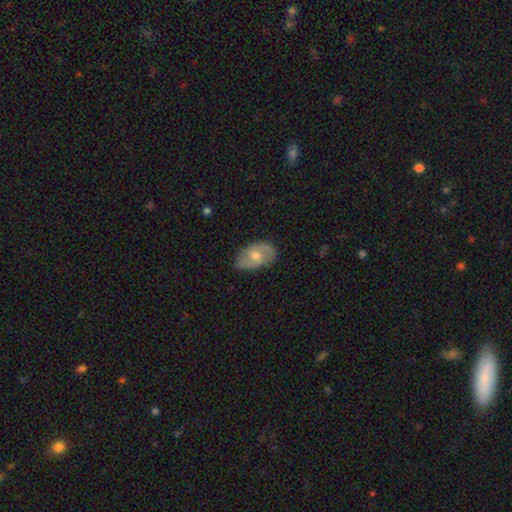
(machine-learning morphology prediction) Smooth or featured: featured or disk — 51% (smooth — 41%)
Edge-on disk: no — 92% (yes — 8%)
Merging: none — 74% (minor disturbance — 21%)